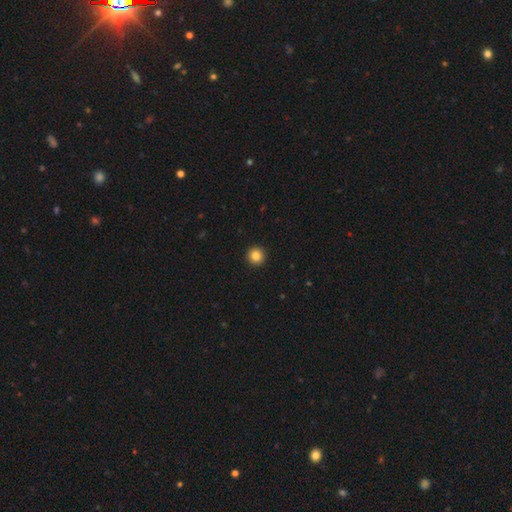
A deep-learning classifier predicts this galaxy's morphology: This appears to be a smooth galaxy with no disk features (84%) that is round (96%). Merging: none (94%).